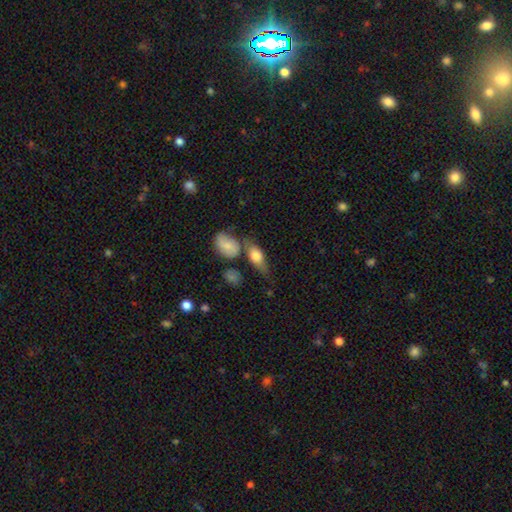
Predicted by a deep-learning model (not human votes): Smooth or featured? Predicted: smooth (p=0.63). How rounded? Predicted: in between (p=0.71). Merging? Predicted: none (p=0.49).